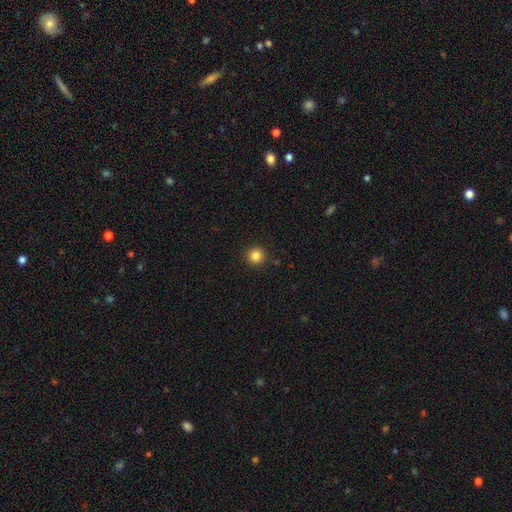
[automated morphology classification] A smooth galaxy with no disk features (84%) that is round (95%). Merging: none (92%).